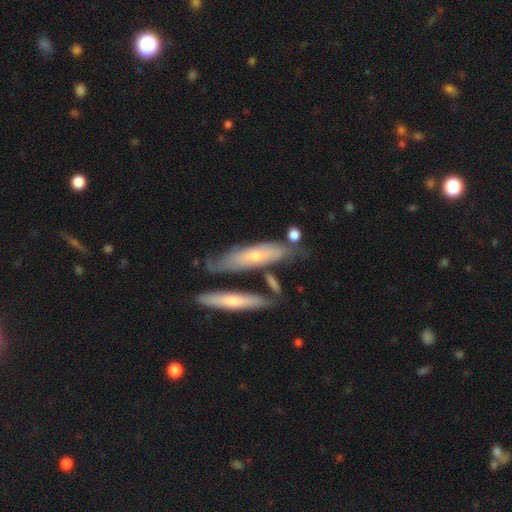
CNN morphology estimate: Overall: featured or disk (52%; smooth 41%). Edge-on disk: yes (53%; no 47%). Merging: none (58%; minor disturbance 21%).